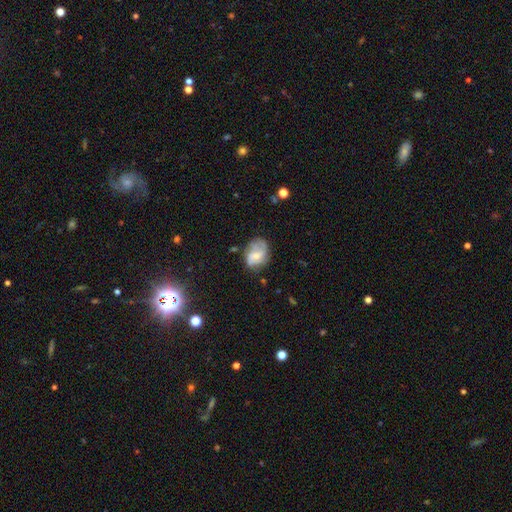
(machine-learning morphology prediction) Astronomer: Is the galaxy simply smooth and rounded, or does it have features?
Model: smooth — 48% (runner-up: featured or disk, 43%).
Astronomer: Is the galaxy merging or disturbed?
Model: none — 54% (runner-up: minor disturbance, 29%).